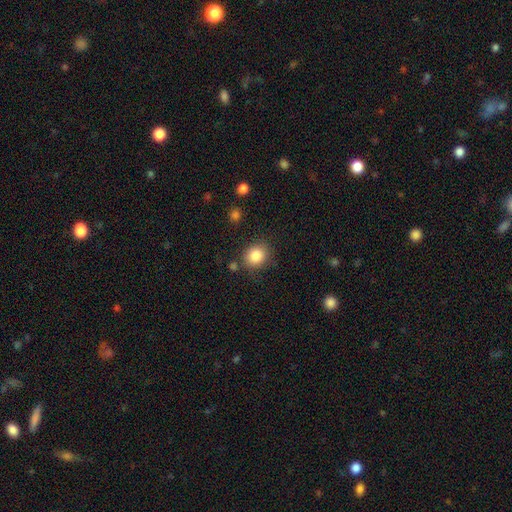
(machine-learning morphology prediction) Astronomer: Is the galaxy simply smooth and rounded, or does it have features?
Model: smooth — 85%.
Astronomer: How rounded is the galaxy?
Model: round — 71%.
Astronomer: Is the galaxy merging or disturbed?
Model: none — 80%.